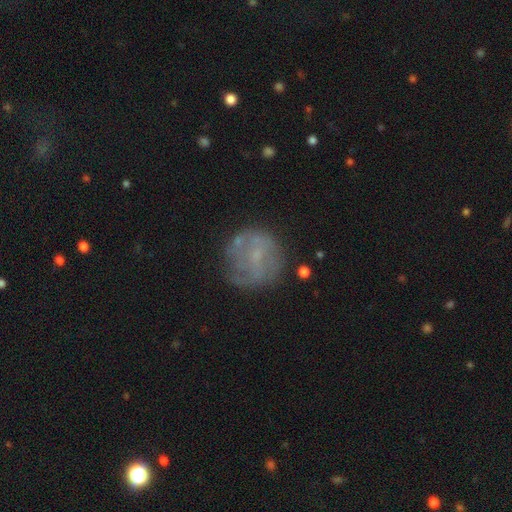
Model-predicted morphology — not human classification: Smooth or featured? Predicted: featured or disk (p=0.49). Merging? Predicted: none (p=0.69).